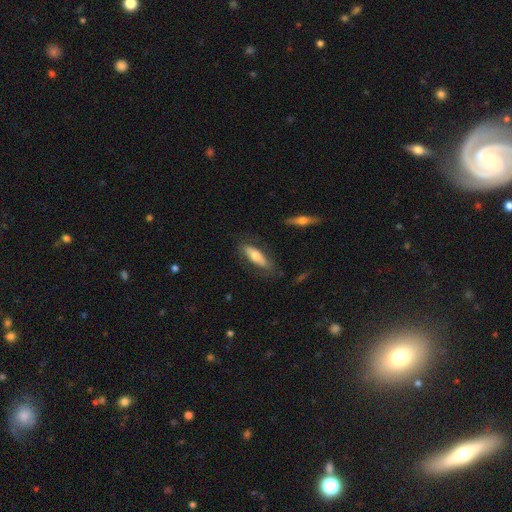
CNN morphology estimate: Smooth or featured? smooth (60%)
How rounded? in between (53%)
Merging? none (74%)